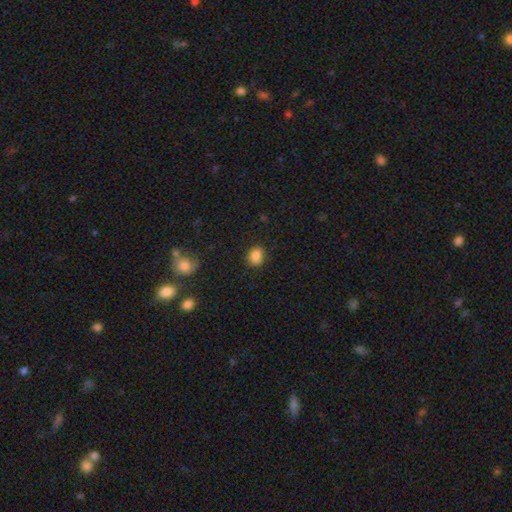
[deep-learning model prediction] Smooth or featured? Predicted: smooth (p=0.84). How rounded? Predicted: in between (p=0.50). Merging? Predicted: none (p=0.76).